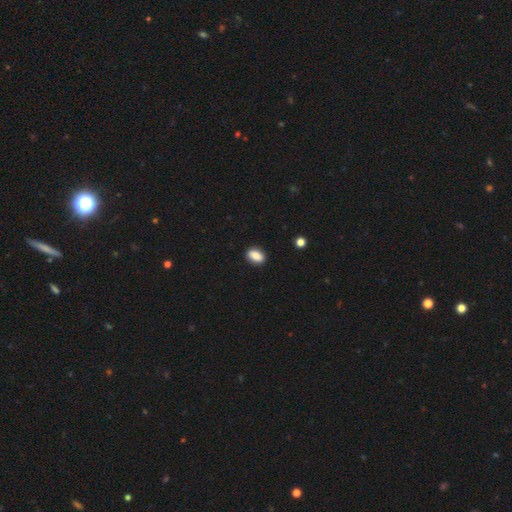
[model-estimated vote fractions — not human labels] Smooth or featured? smooth (87%)
How rounded? in between (85%)
Merging? none (88%)